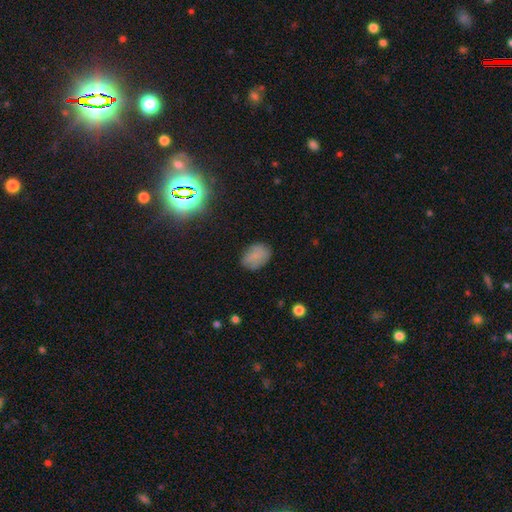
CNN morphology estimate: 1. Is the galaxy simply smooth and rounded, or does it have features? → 80% smooth, 11% star or artifact, 10% featured or disk.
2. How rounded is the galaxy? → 74% in between, 24% round, 1% cigar-shaped.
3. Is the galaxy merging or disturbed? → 78% none, 16% minor disturbance, 4% major disturbance, 1% merger.